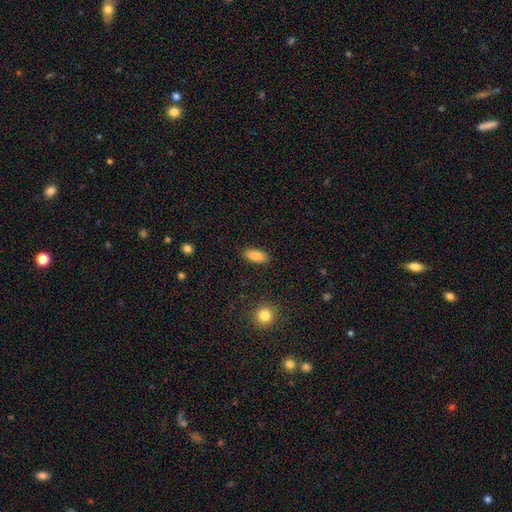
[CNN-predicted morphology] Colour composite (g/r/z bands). It shows a smooth galaxy with no disk features (87%) that is in between round and cigar-shaped (86%). Merging: none (88%).